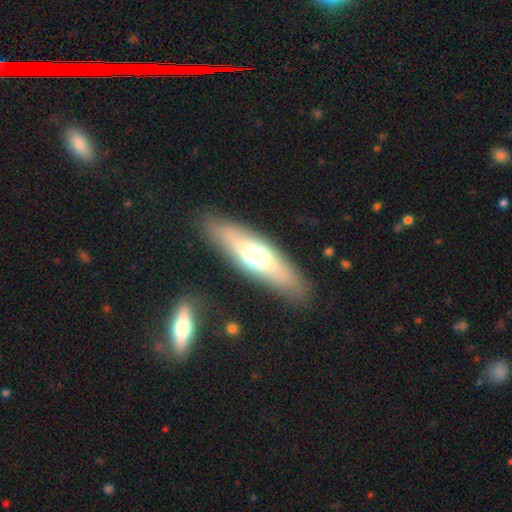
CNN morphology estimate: type=smooth (52%); roundness=cigar-shaped (54%); merging=none (86%).